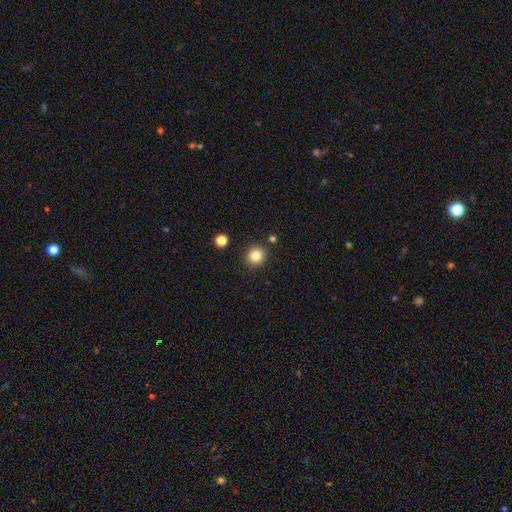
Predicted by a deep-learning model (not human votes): This is clearly a smooth galaxy (84%). How rounded: clearly round (90%). Merging: clearly none (89%).